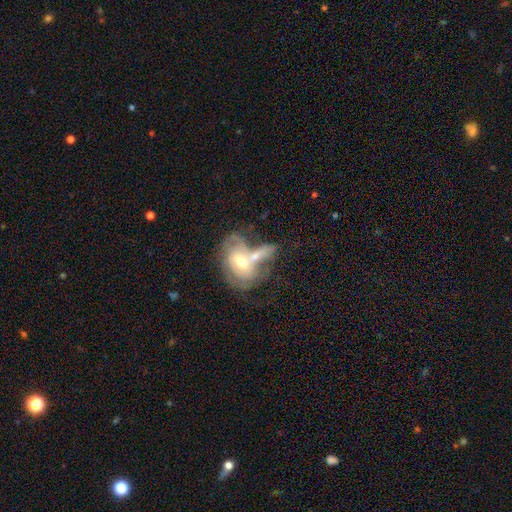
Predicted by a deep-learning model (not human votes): The model was most divided on "spiral arms": yes: 59%, no: 41%. More confident: edge-on disk — no (94%); bulge size — moderate (69%); bar — no (62%); merging — merger (60%); smooth or featured — featured or disk (59%).